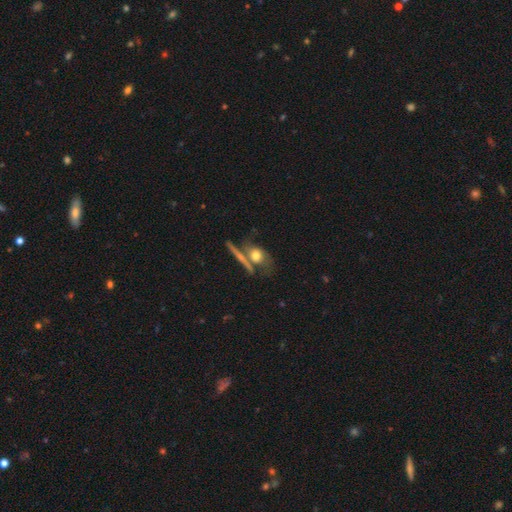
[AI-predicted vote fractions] smooth 51%, featured or disk 39%, star or artifact 9%. Down the decision tree: how rounded — in between (43%); merging — none (44%).